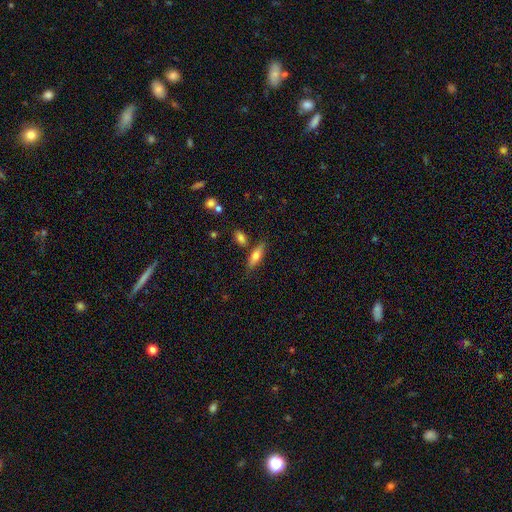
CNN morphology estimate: type=smooth (60%); roundness=in between (49%, tied with cigar-shaped); merging=none (73%).